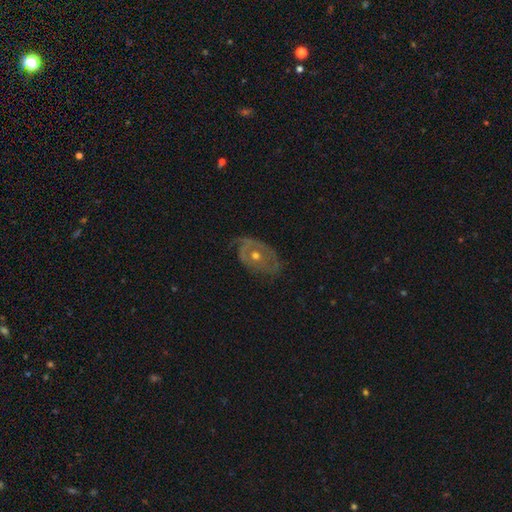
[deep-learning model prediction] This is likely a featured or disk galaxy (75%). It is clearly not viewed edge-on (94%). Bar: clearly no (85%). Spiral arm pattern: likely yes (62%). Central bulge: likely moderate (64%). Merging: likely none (60%).